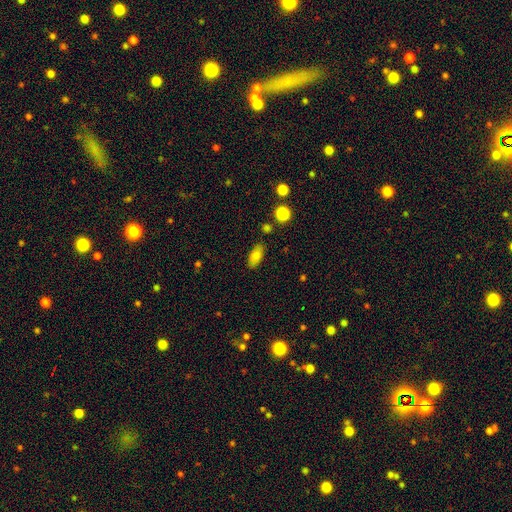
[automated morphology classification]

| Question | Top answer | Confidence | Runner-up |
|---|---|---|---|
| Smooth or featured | smooth | 80% | featured or disk (11%) |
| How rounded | in between | 86% | cigar-shaped (10%) |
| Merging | none | 83% | minor disturbance (11%) |